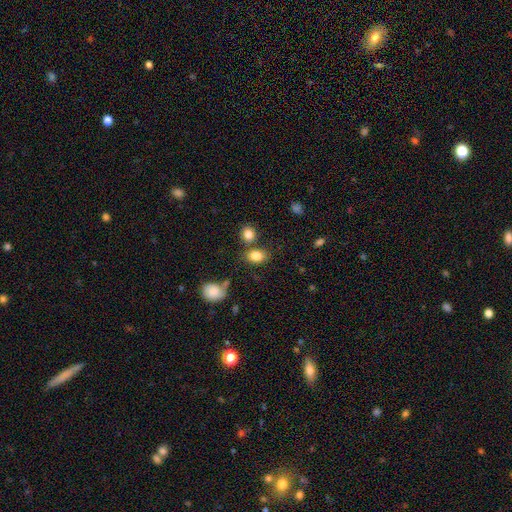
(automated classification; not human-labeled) Smooth or featured? Predicted: smooth (p=0.83). How rounded? Predicted: in between (p=0.74). Merging? Predicted: none (p=0.68).